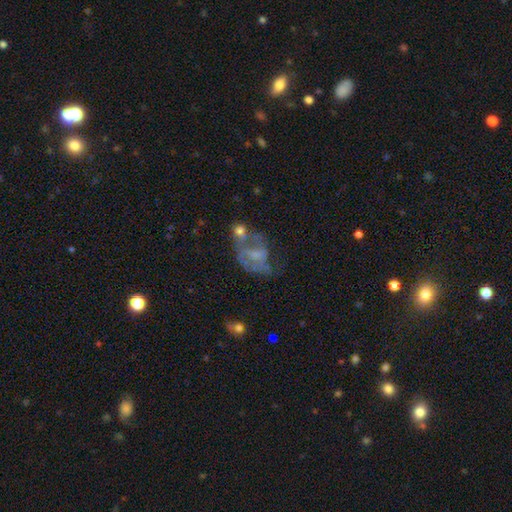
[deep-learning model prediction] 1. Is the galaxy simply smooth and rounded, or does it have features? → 61% featured or disk, 28% smooth, 12% star or artifact.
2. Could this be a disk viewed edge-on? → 97% no, 3% yes.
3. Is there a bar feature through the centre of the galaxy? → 58% no, 34% weak, 8% strong.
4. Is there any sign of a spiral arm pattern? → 53% no, 47% yes.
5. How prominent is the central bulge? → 41% small, 28% none, 27% moderate, 3% large, 1% dominant.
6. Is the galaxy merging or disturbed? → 31% major disturbance, 27% merger, 24% none, 18% minor disturbance.